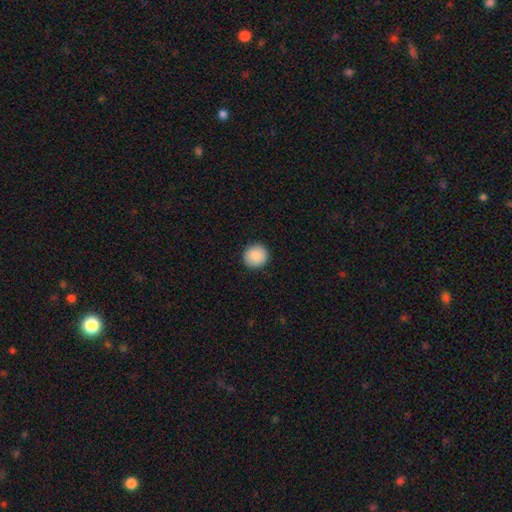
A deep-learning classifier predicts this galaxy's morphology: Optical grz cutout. It shows a smooth galaxy with no disk features (90%) that is round (94%). Merging: none (92%).